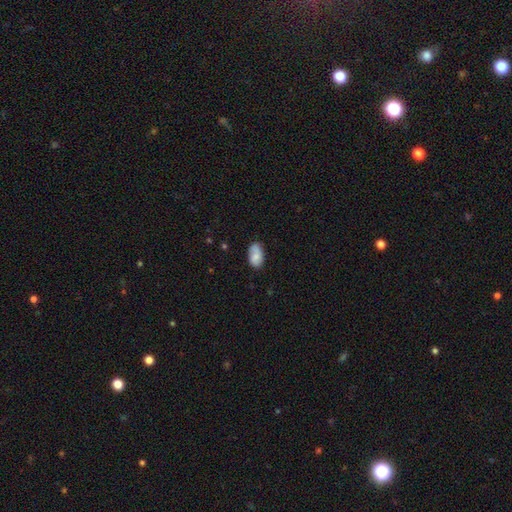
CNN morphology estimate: A smooth galaxy with no disk features (78%) that is in between round and cigar-shaped (93%). Merging: none (73%).